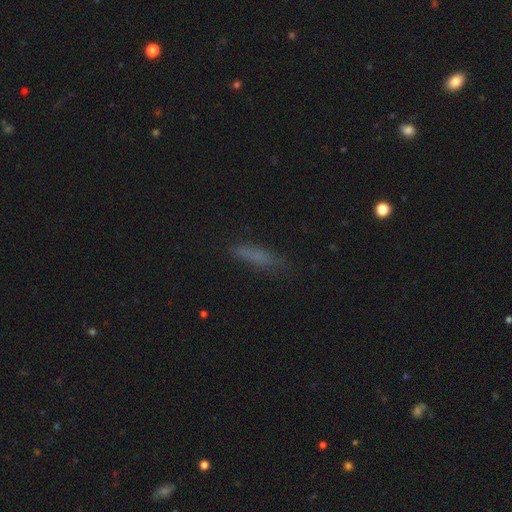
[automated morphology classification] This appears to be a smooth galaxy with no disk features (72%) that is cigar-shaped (82%). Merging: none (79%).